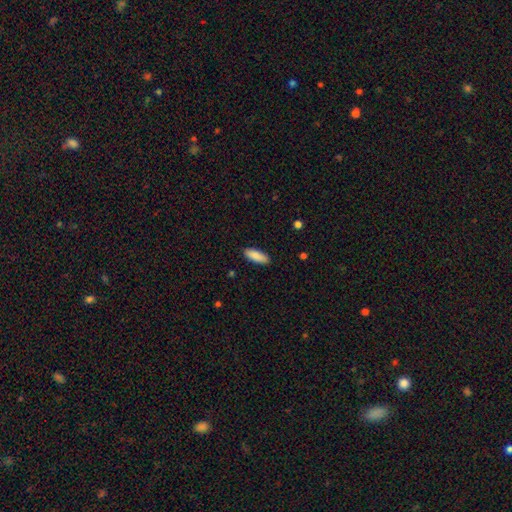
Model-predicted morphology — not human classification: Q: Smooth or featured?
A: smooth (89%); runner-up: star or artifact (6%)
Q: How rounded?
A: in between (69%); runner-up: cigar-shaped (30%)
Q: Merging?
A: none (89%); runner-up: minor disturbance (8%)